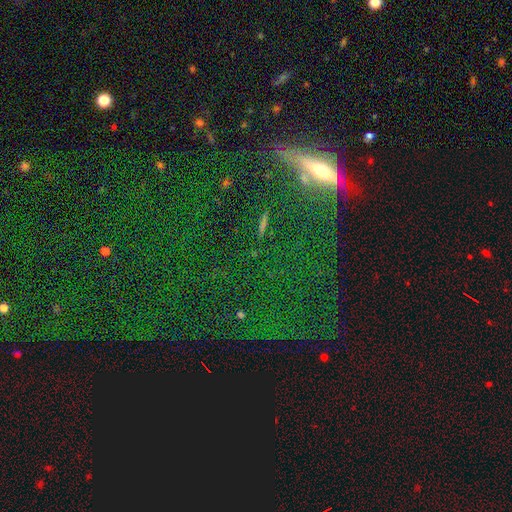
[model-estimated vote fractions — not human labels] A star or artifact, not a galaxy (60%).